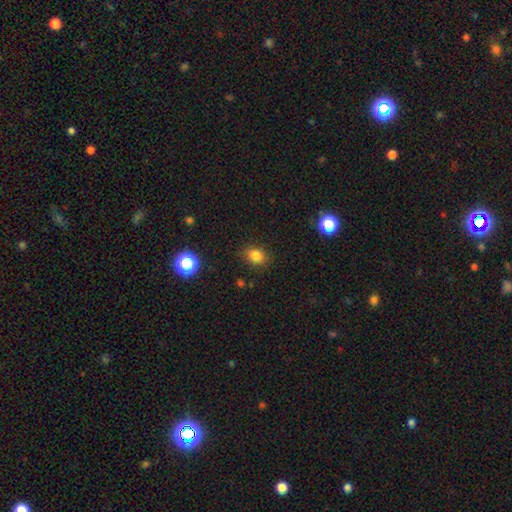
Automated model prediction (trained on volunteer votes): Smooth or featured?
  - smooth: 82% *
  - star or artifact: 13%
  - featured or disk: 5%
How rounded?
  - in between: 62% *
  - round: 36%
  - cigar-shaped: 1%
Merging?
  - none: 84% *
  - minor disturbance: 12%
  - major disturbance: 3%
  - merger: 1%